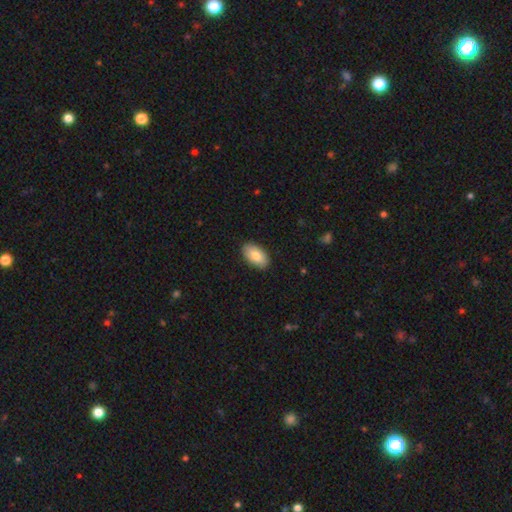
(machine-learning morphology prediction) smooth-or-featured: smooth: 80% | featured or disk: 14% | star or artifact: 6%
  how-rounded: in between: 95% | round: 4% | cigar-shaped: 2%
  merging: none: 89% | minor disturbance: 8% | major disturbance: 2% | merger: 1%